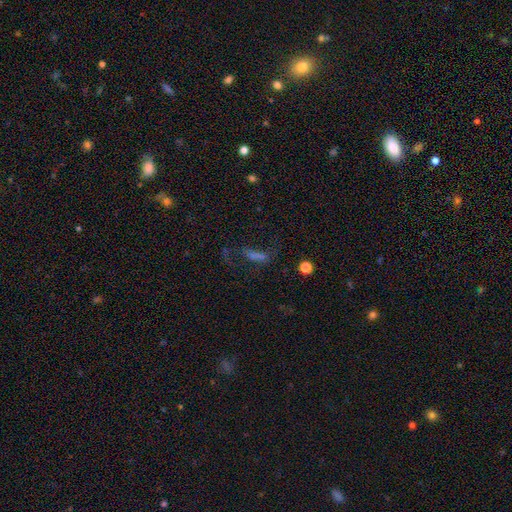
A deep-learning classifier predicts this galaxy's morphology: smooth_or_featured: smooth (p=0.39) [alt: star or artifact p=0.31]
merging: none (p=0.44) [alt: major disturbance p=0.30]